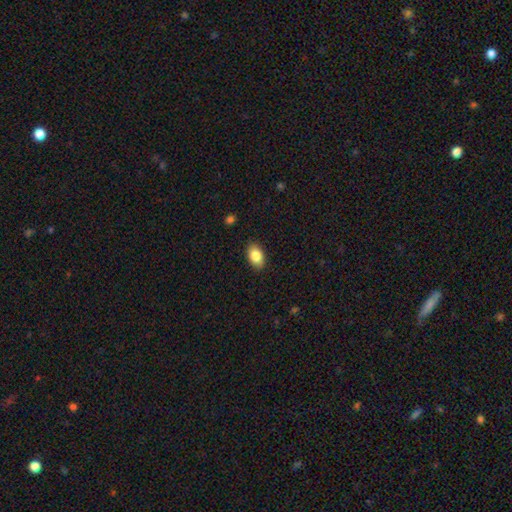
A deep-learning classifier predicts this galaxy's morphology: This appears to be a smooth galaxy with no disk features (86%) that is in between round and cigar-shaped (90%). Merging: none (89%).